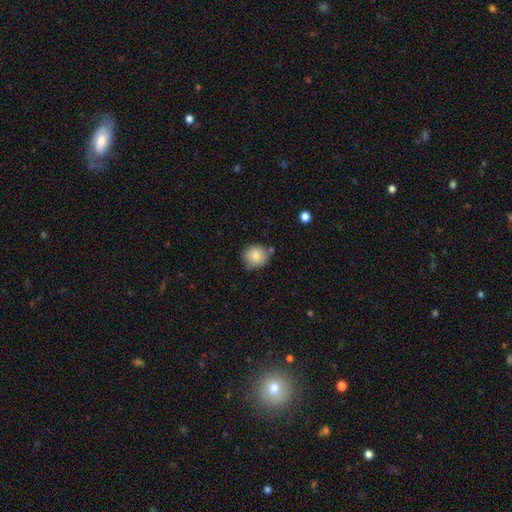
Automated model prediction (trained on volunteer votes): The model was most divided on "merging": none: 78%, minor disturbance: 14%, merger: 5%, major disturbance: 3%. More confident: how rounded — round (89%); smooth or featured — smooth (84%).